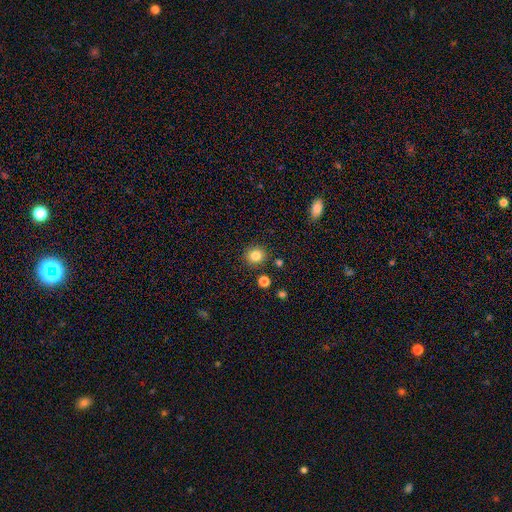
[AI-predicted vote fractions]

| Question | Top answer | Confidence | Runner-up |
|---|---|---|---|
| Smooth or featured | smooth | 84% | star or artifact (11%) |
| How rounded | round | 89% | in between (10%) |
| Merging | none | 88% | minor disturbance (7%) |